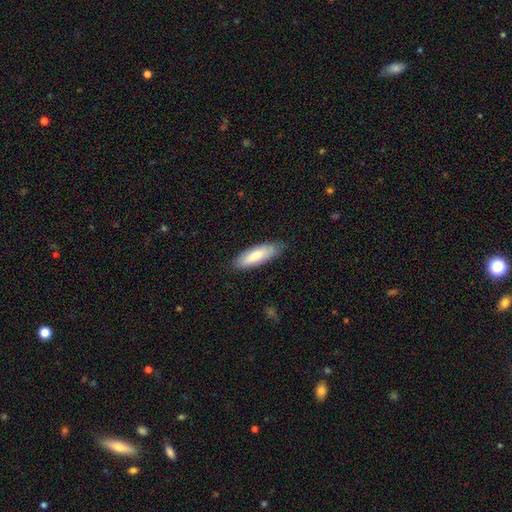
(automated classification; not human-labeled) This is likely a smooth galaxy (79%). How rounded: possibly in between (56%). Merging: clearly none (80%).